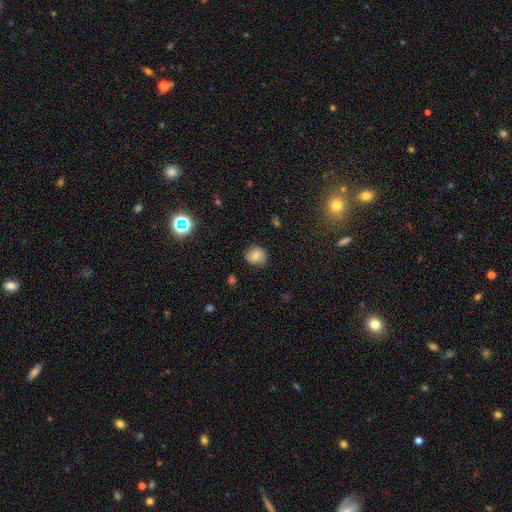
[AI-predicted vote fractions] Q: Smooth or featured?
A: smooth (69%); runner-up: featured or disk (20%)
Q: How rounded?
A: round (80%); runner-up: in between (20%)
Q: Merging?
A: none (78%); runner-up: minor disturbance (17%)